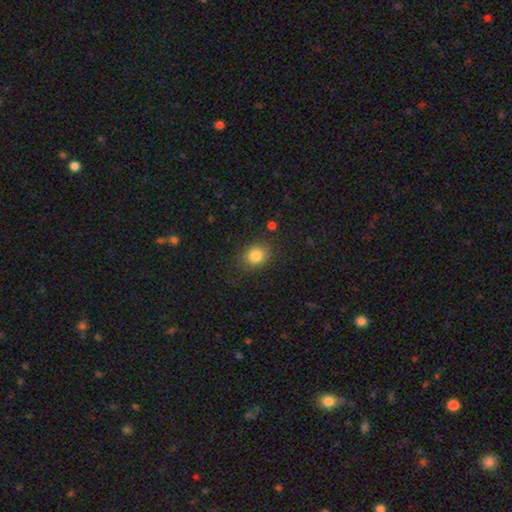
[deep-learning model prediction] Smooth or featured? Predicted: smooth (p=0.84). How rounded? Predicted: round (p=0.59). Merging? Predicted: none (p=0.82).